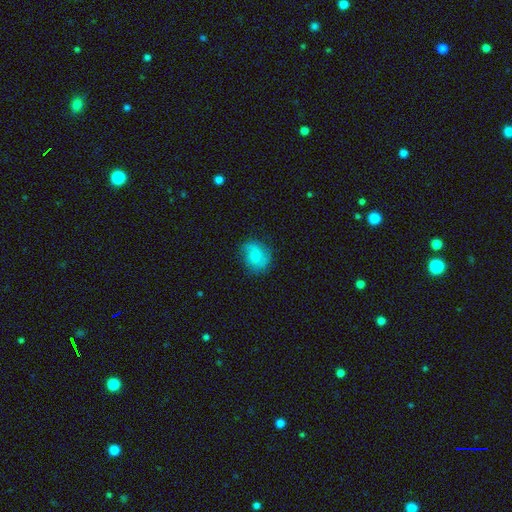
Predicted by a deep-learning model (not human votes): smooth-or-featured: smooth: 70% | featured or disk: 22% | star or artifact: 9%
  how-rounded: round: 65% | in between: 34% | cigar-shaped: 1%
  merging: none: 70% | minor disturbance: 21% | major disturbance: 8% | merger: 1%